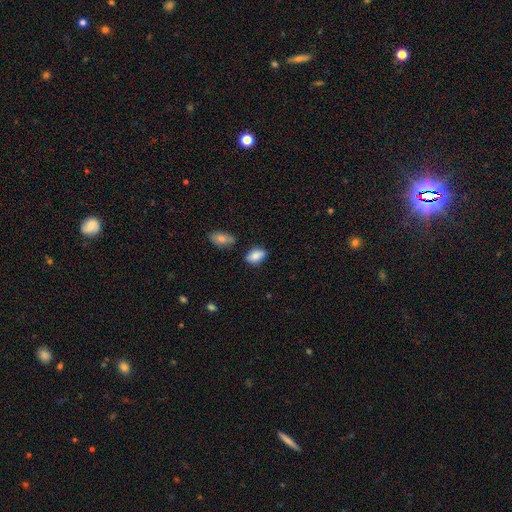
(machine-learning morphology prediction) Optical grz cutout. It shows a smooth galaxy with no disk features (83%) that is in between round and cigar-shaped (90%). Merging: none (78%).